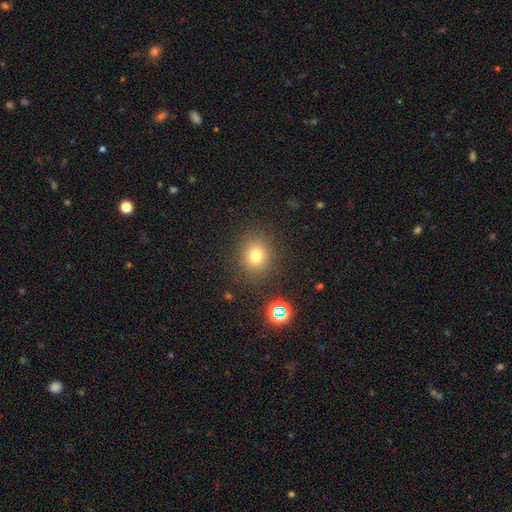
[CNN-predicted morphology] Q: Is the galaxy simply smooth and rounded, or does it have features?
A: smooth — 76%.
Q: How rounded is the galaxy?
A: round — 75%.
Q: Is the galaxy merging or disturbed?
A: none — 85%.